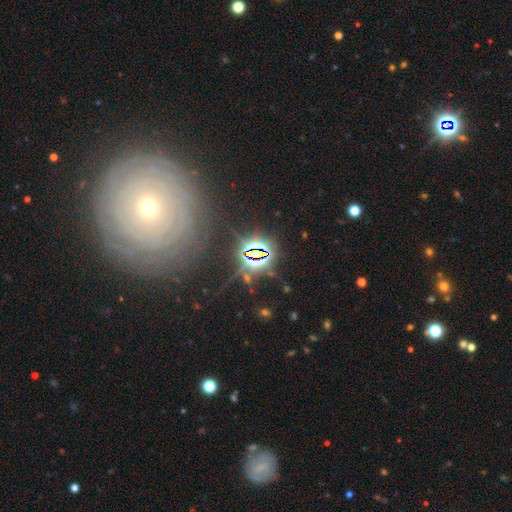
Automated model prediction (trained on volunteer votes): Morphology: type=star or artifact (81%).